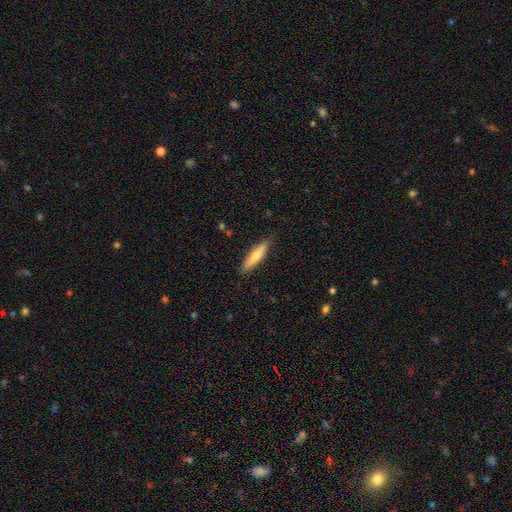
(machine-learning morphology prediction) Smooth or featured: smooth — 65% (featured or disk — 29%)
How rounded: cigar-shaped — 81% (in between — 18%)
Merging: none — 87% (minor disturbance — 10%)